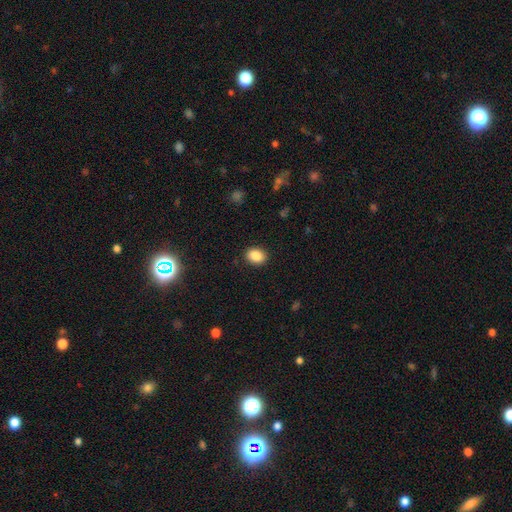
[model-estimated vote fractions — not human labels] Smooth or featured? Predicted: smooth (p=0.87). How rounded? Predicted: in between (p=0.67). Merging? Predicted: none (p=0.89).